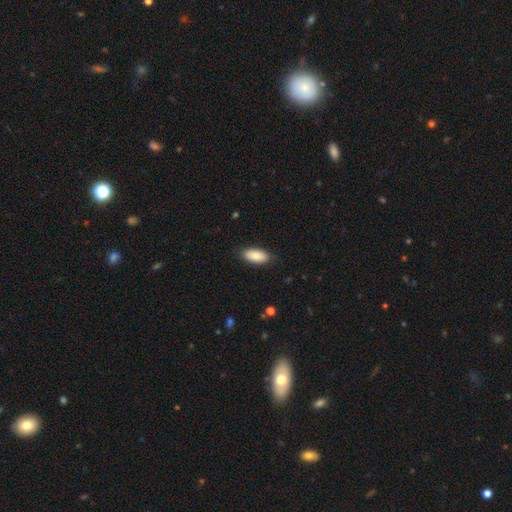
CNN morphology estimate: Smooth or featured: smooth — 87% (featured or disk — 7%)
How rounded: in between — 89% (cigar-shaped — 9%)
Merging: none — 87% (minor disturbance — 10%)